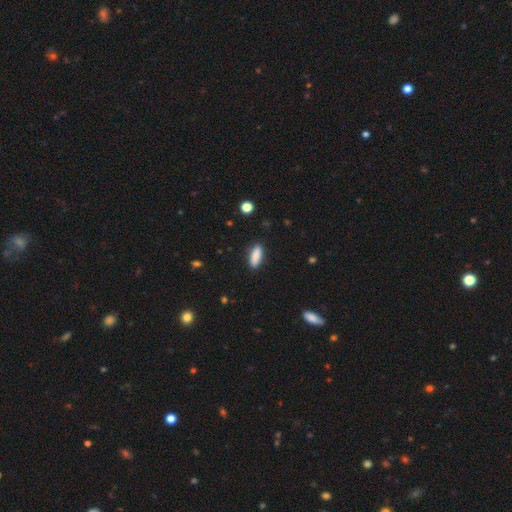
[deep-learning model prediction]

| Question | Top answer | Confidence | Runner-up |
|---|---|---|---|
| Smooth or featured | smooth | 87% | star or artifact (7%) |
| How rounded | in between | 63% | cigar-shaped (35%) |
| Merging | none | 88% | minor disturbance (9%) |